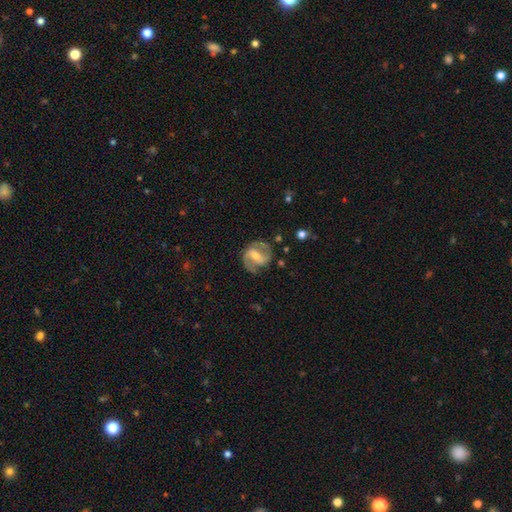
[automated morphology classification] The model was most divided on "bar": strong: 46%, weak: 37%, no: 17%. More confident: edge-on disk — no (96%); spiral arms — yes (85%); spiral arm count — 2 (85%); smooth or featured — featured or disk (76%); merging — none (71%); bulge size — moderate (53%); spiral winding — medium (50%).